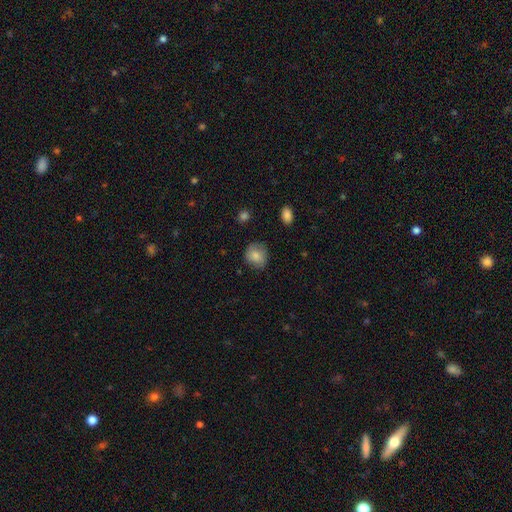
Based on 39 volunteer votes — Overall: smooth (74%). How rounded: round (79%). Merging: none (74%).